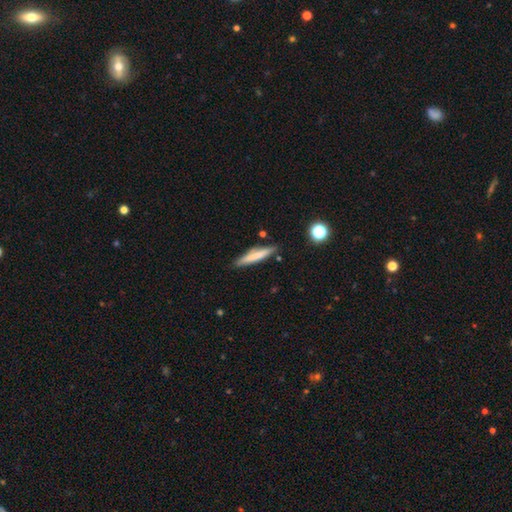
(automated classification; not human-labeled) Smooth or featured: smooth — 69% (featured or disk — 25%)
How rounded: cigar-shaped — 90% (in between — 8%)
Merging: none — 82% (minor disturbance — 12%)